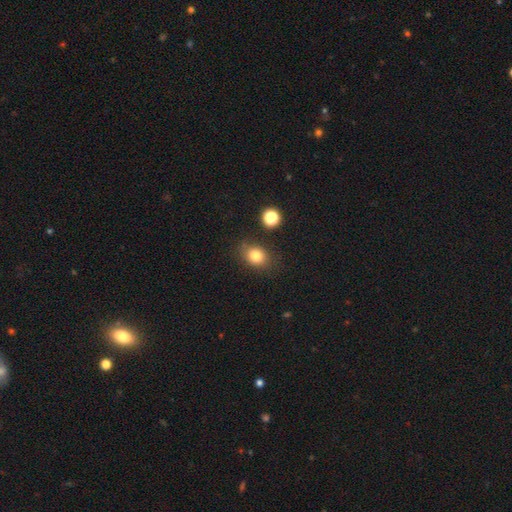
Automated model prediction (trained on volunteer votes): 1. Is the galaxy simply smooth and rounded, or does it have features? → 81% smooth, 12% star or artifact, 8% featured or disk.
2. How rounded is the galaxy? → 51% round, 48% in between, 1% cigar-shaped.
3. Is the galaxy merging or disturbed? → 76% none, 15% minor disturbance, 4% major disturbance, 4% merger.